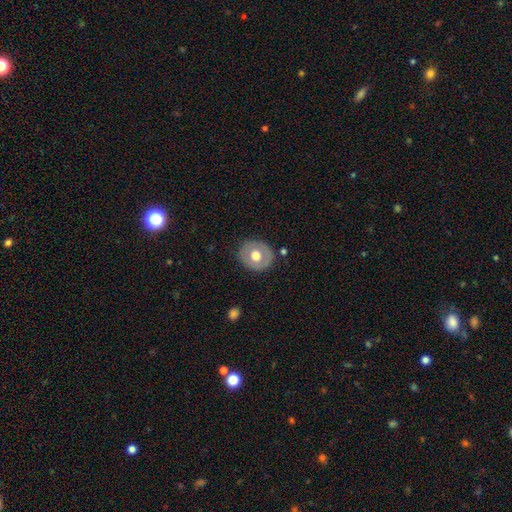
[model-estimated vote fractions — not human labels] Overall: smooth (55%; featured or disk 38%). How rounded: round (74%). Merging: none (84%).